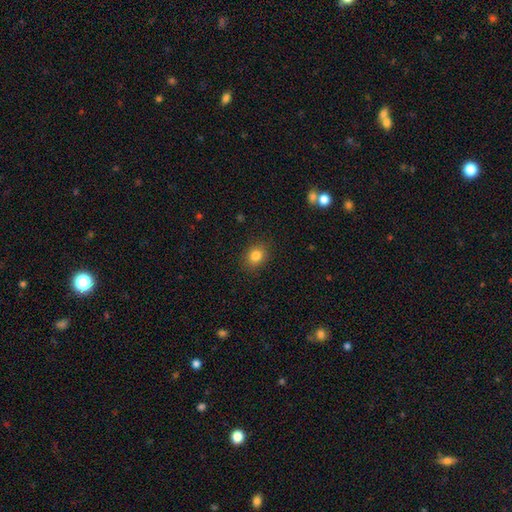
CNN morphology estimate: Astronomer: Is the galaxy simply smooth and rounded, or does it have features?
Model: smooth — 82%.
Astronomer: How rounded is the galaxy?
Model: round — 58% (runner-up: in between, 41%).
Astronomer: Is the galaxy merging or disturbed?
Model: none — 88%.